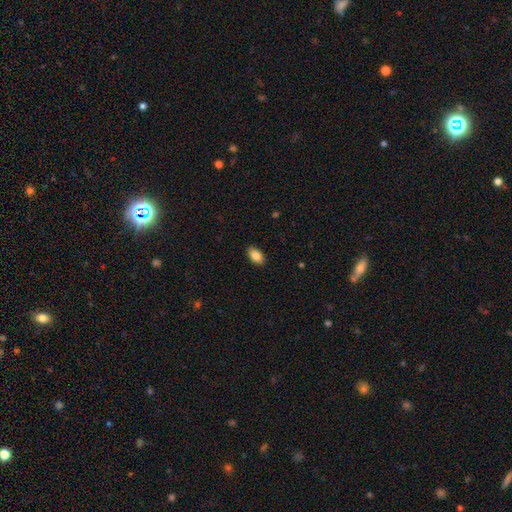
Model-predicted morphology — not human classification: A smooth galaxy with no disk features (86%) that is in between round and cigar-shaped (93%). Merging: none (89%).